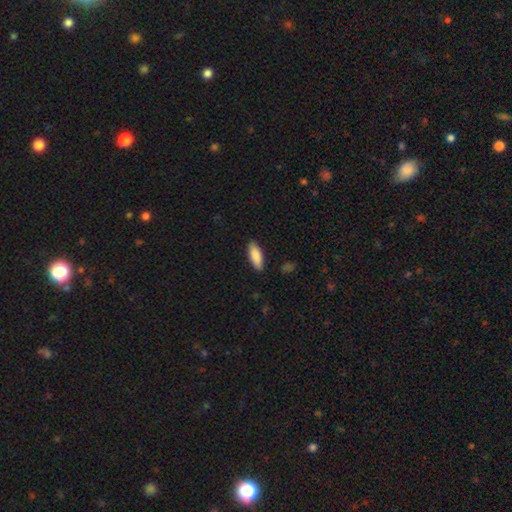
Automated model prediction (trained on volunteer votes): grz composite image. It shows a smooth galaxy with no disk features (89%) that is in between round and cigar-shaped (73%). Merging: none (87%).